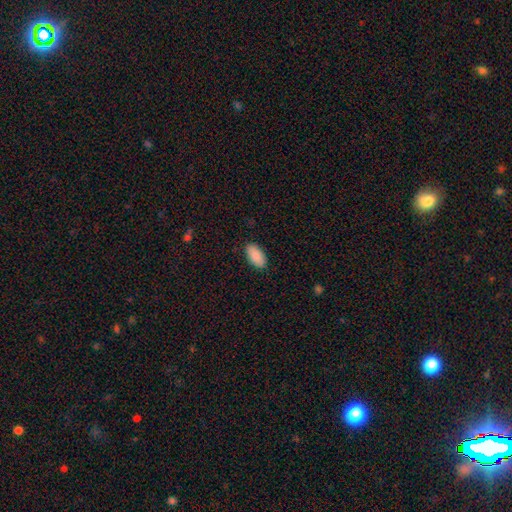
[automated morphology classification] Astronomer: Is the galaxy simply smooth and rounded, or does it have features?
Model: smooth — 90%.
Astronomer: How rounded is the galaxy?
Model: in between — 94%.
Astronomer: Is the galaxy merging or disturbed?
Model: none — 87%.